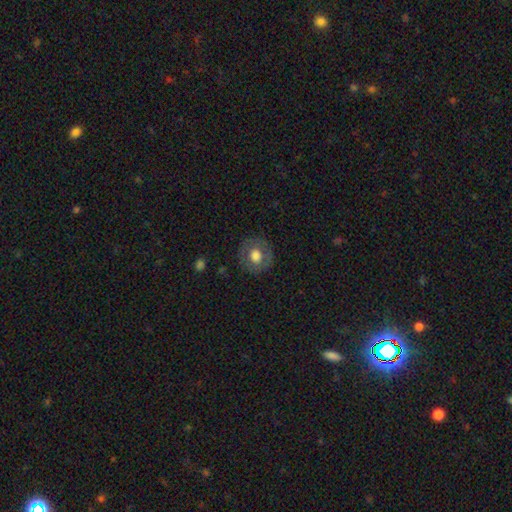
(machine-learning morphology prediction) Q: Smooth or featured?
A: smooth (63%); runner-up: featured or disk (29%)
Q: How rounded?
A: round (83%); runner-up: in between (16%)
Q: Merging?
A: none (82%); runner-up: minor disturbance (12%)